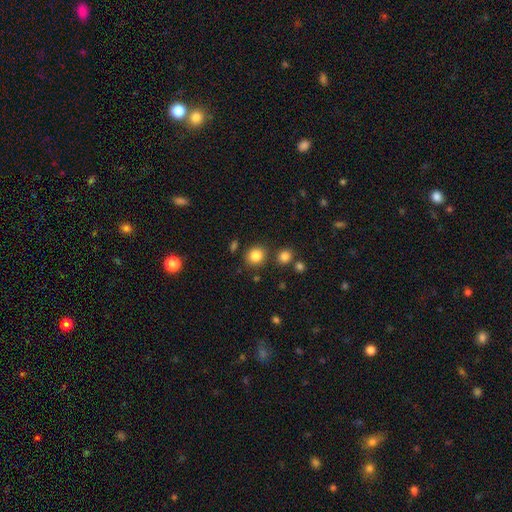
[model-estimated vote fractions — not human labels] Smooth or featured?
  - smooth: 84% *
  - star or artifact: 11%
  - featured or disk: 5%
How rounded?
  - round: 82% *
  - in between: 17%
  - cigar-shaped: 1%
Merging?
  - none: 82% *
  - minor disturbance: 9%
  - merger: 6%
  - major disturbance: 3%